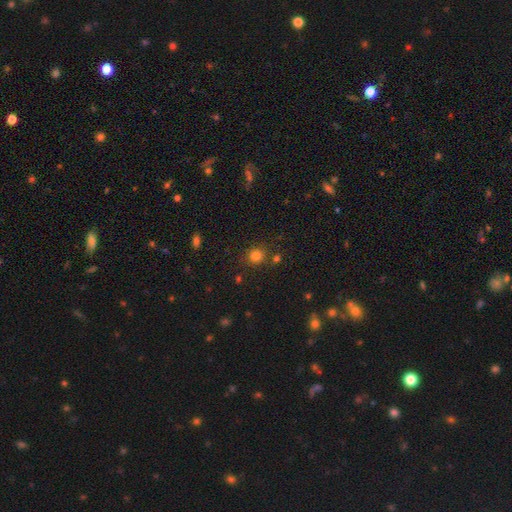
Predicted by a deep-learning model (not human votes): smooth-or-featured: smooth: 79% | star or artifact: 15% | featured or disk: 6%
  how-rounded: round: 82% | in between: 17% | cigar-shaped: 1%
  merging: none: 80% | minor disturbance: 10% | merger: 7% | major disturbance: 3%